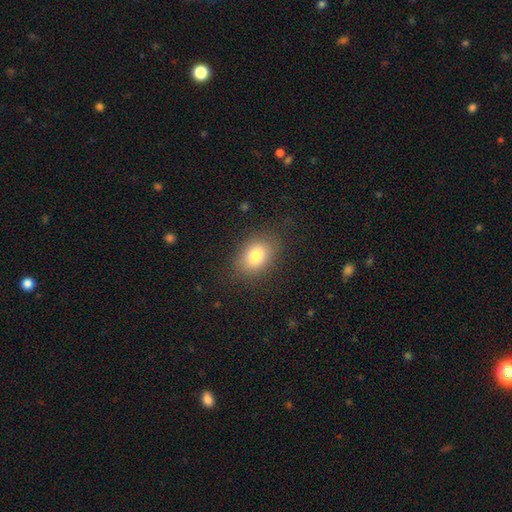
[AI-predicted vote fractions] The model was most divided on "how rounded": in between: 78%, round: 20%, cigar-shaped: 1%. More confident: merging — none (82%); smooth or featured — smooth (81%).